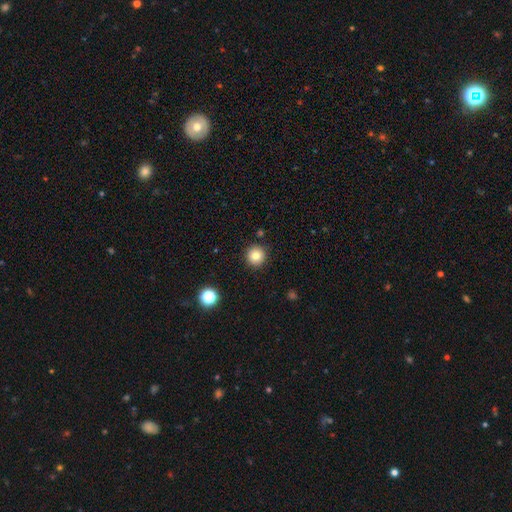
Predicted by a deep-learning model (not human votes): A smooth galaxy with no disk features (81%) that is round (95%). Merging: none (91%).